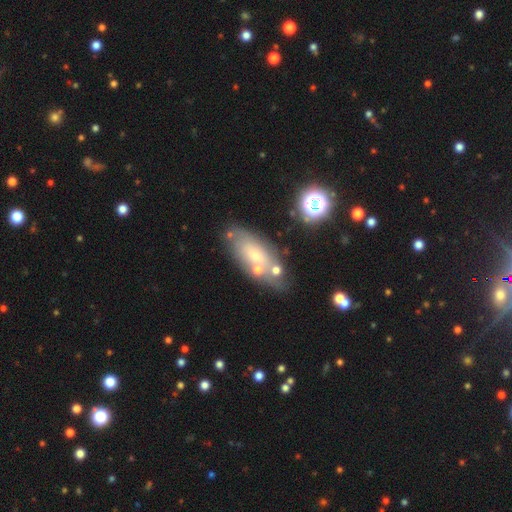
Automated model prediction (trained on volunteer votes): Morphology: type=smooth (49%); merging=none (63%).